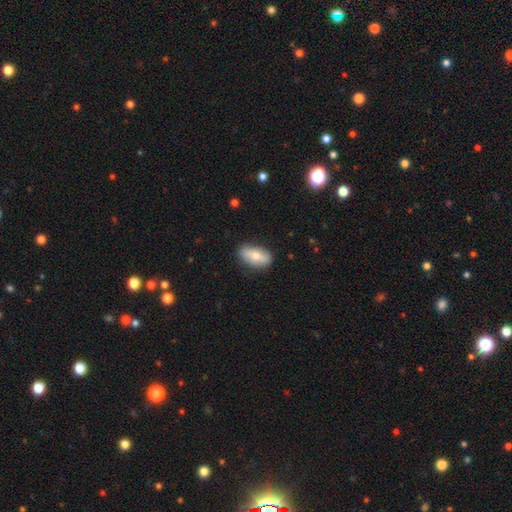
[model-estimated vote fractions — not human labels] A smooth galaxy with no disk features (65%) that is in between round and cigar-shaped (88%). Merging: none (81%).